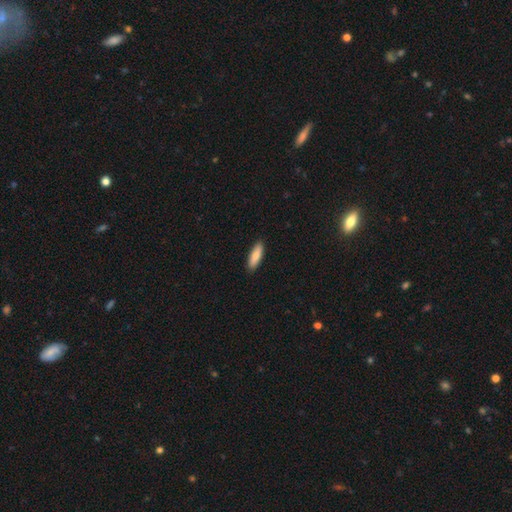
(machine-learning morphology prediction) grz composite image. It shows a smooth galaxy with no disk features (80%) that is cigar-shaped (52%). Merging: none (90%).